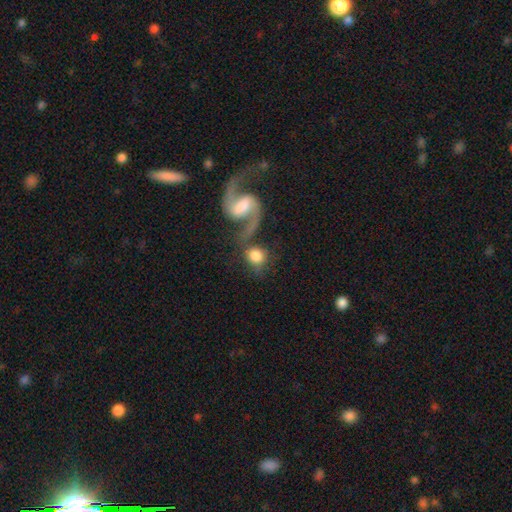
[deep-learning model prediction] smooth-or-featured: smooth: 60% | featured or disk: 33% | star or artifact: 8%
  how-rounded: round: 75% | in between: 23% | cigar-shaped: 2%
  merging: none: 44% | merger: 35% | minor disturbance: 12% | major disturbance: 10%